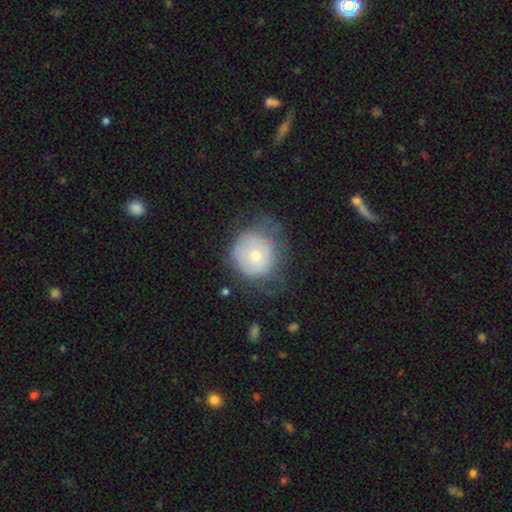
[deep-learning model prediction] The model was most divided on "merging": none: 46%, minor disturbance: 30%, major disturbance: 22%, merger: 2%. More confident: how rounded — round (87%); smooth or featured — smooth (59%).